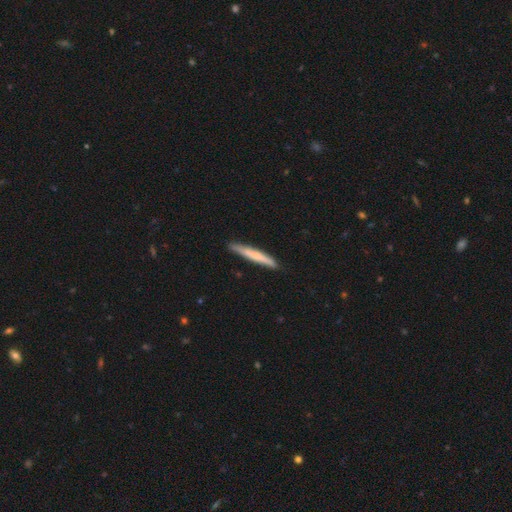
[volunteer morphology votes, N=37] This is possibly a smooth galaxy (57%). How rounded: clearly cigar-shaped (95%). Merging: likely none (76%).